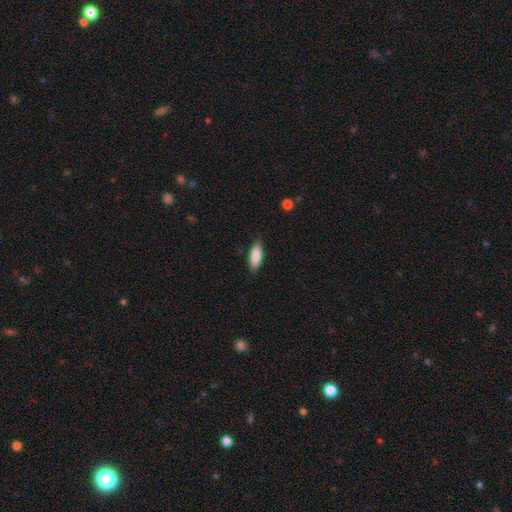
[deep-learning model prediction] smooth 84%, featured or disk 11%, star or artifact 6%. Down the decision tree: how rounded — in between (60%); merging — none (84%).